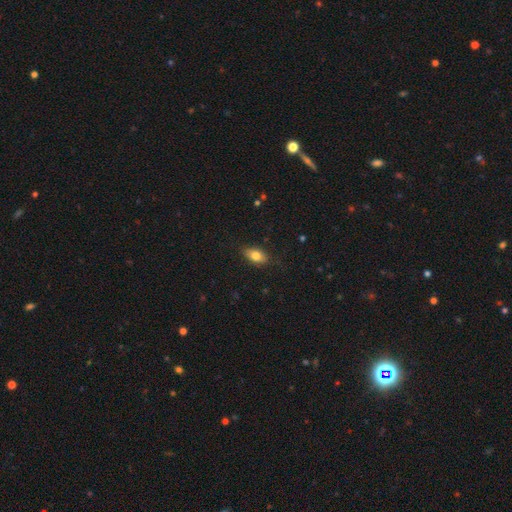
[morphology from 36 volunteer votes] A smooth galaxy with no disk features (83%) that is in between round and cigar-shaped (97%). Merging: none (83%).